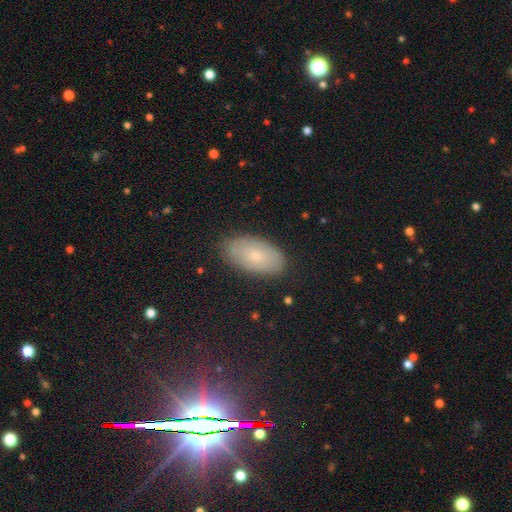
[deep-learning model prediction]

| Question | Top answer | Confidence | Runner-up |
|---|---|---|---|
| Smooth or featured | smooth | 68% | featured or disk (21%) |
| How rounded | in between | 95% | round (3%) |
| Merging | none | 85% | minor disturbance (12%) |